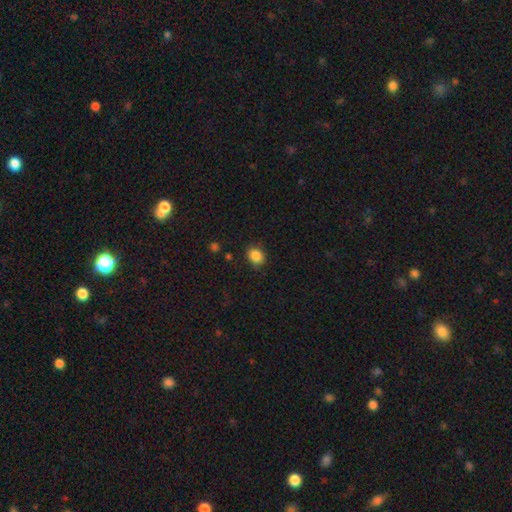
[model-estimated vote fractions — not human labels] A smooth galaxy with no disk features (86%) that is round (55%).

Vote fractions:
- Smooth or featured? smooth: 86% / star or artifact: 10% / featured or disk: 4%
- How rounded? round: 55% / in between: 44% / cigar-shaped: 1%
- Merging? none: 82% / minor disturbance: 13% / major disturbance: 3% / merger: 2%